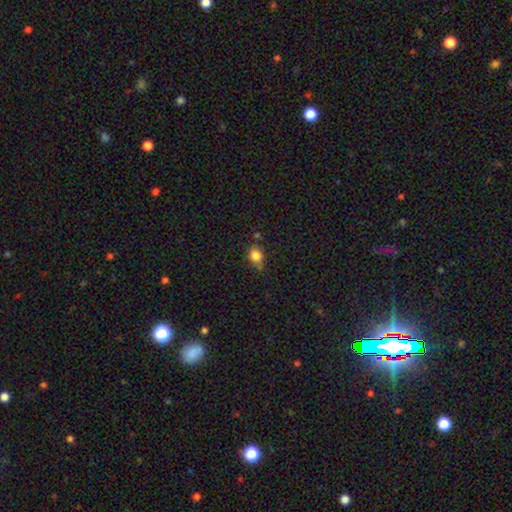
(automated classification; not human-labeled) smooth-or-featured: smooth: 82% | star or artifact: 11% | featured or disk: 7%
  how-rounded: round: 59% | in between: 39% | cigar-shaped: 2%
  merging: none: 56% | minor disturbance: 31% | major disturbance: 7% | merger: 6%